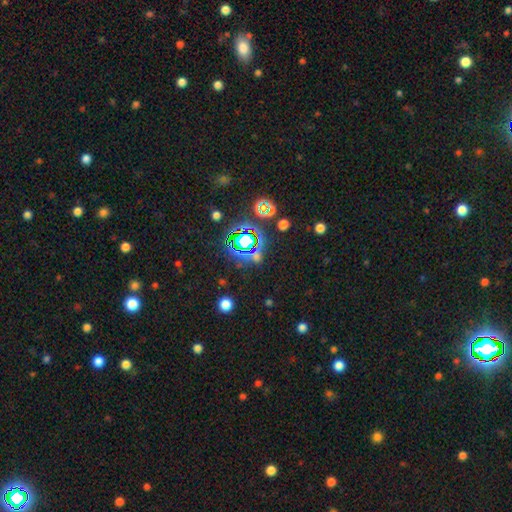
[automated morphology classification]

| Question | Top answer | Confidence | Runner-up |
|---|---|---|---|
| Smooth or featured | star or artifact | 68% | smooth (23%) |